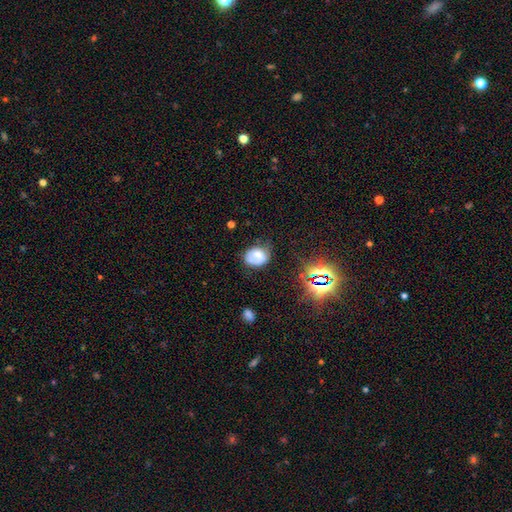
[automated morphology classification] The model was most divided on "how rounded": in between: 50%, round: 49%, cigar-shaped: 1%. More confident: smooth or featured — smooth (63%); merging — none (52%).